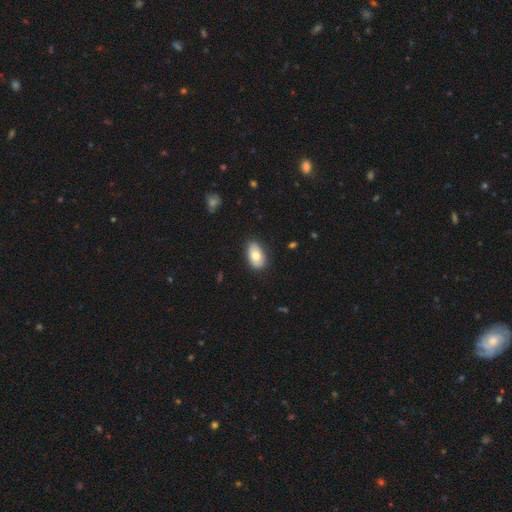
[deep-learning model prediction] A smooth galaxy with no disk features (70%) that is in between round and cigar-shaped (92%).

Vote fractions:
- Smooth or featured? smooth: 70% / featured or disk: 24% / star or artifact: 6%
- How rounded? in between: 92% / round: 6% / cigar-shaped: 2%
- Merging? none: 80% / minor disturbance: 16% / major disturbance: 3% / merger: 1%